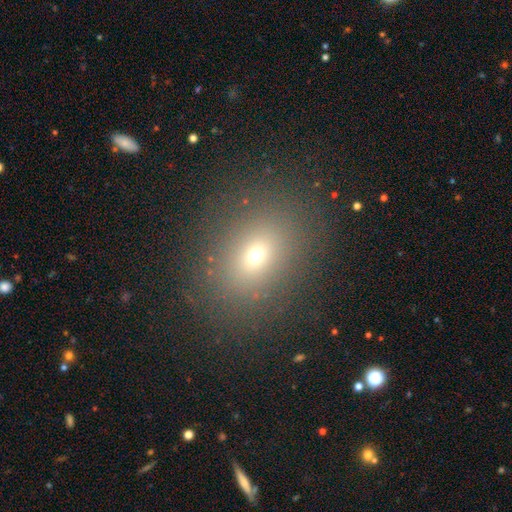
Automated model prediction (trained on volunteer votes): A smooth galaxy with no disk features (65%) that is in between round and cigar-shaped (55%). Merging: none (86%).